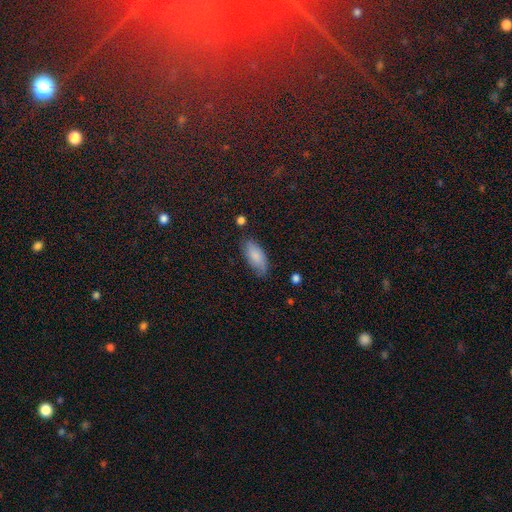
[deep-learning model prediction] Smooth or featured? Predicted: smooth (p=0.81). How rounded? Predicted: in between (p=0.85). Merging? Predicted: none (p=0.73).